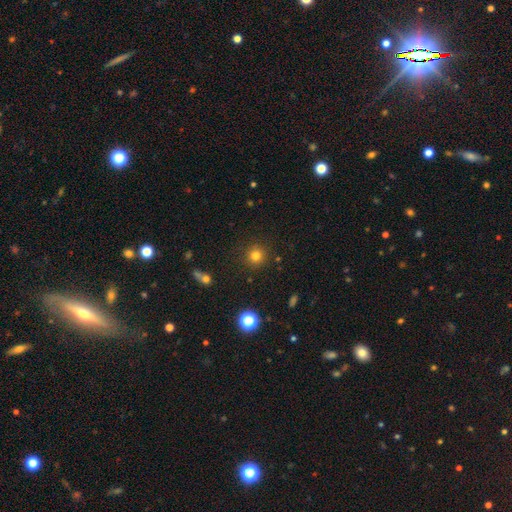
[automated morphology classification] smooth 79%, star or artifact 15%, featured or disk 6%. Down the decision tree: how rounded — round (94%); merging — none (89%).